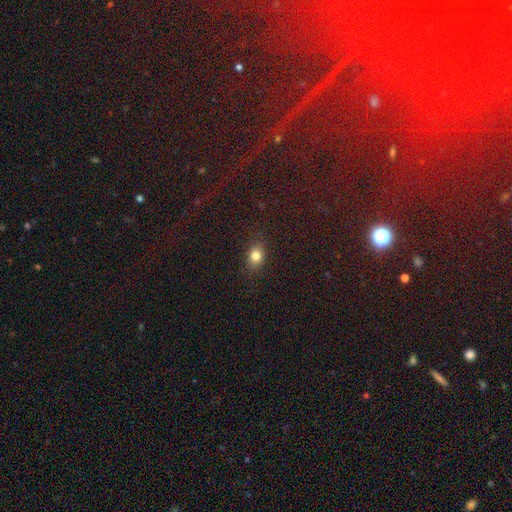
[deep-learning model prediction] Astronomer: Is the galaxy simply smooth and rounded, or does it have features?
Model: smooth — 80%.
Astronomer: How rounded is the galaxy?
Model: in between — 58% (runner-up: round, 40%).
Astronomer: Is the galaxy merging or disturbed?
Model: none — 85%.